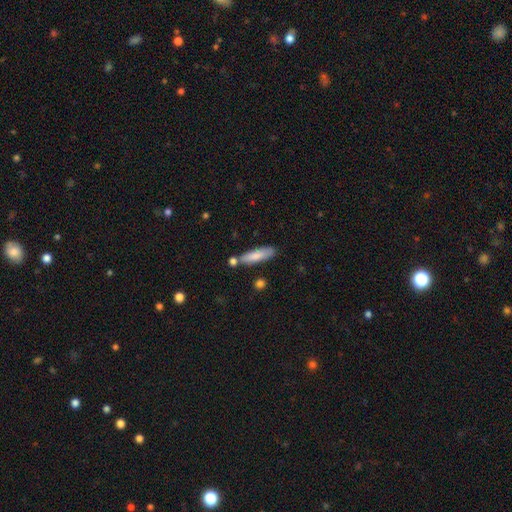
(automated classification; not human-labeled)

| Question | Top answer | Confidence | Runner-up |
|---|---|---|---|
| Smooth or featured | smooth | 80% | featured or disk (14%) |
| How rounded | cigar-shaped | 67% | in between (31%) |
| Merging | none | 71% | minor disturbance (15%) |